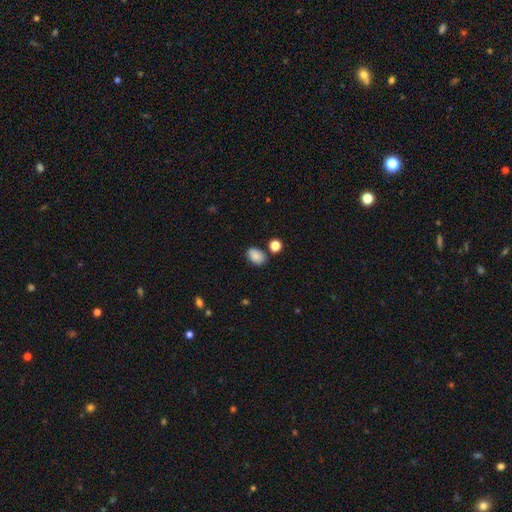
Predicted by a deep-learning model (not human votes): Overall: smooth (86%). How rounded: in between (81%). Merging: none (76%).